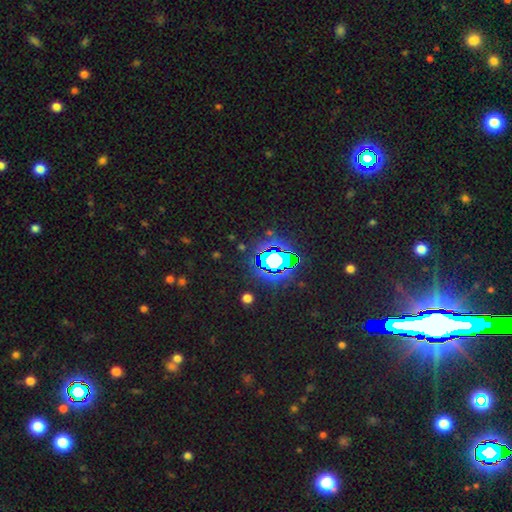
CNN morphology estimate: The model was most divided on "smooth or featured": star or artifact: 80%, smooth: 11%, featured or disk: 9%.